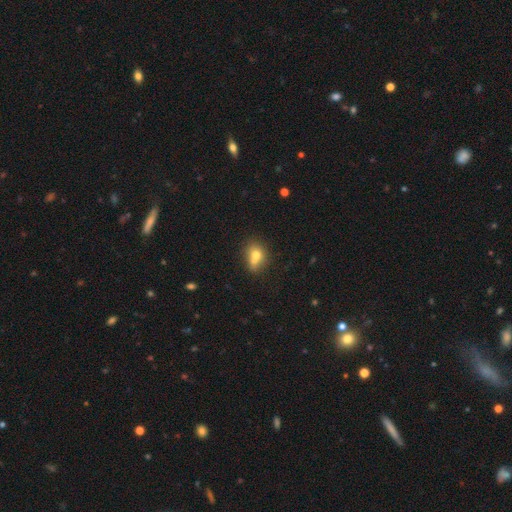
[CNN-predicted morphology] smooth_or_featured: smooth (p=0.70) [alt: featured or disk p=0.19]
how_rounded: round (p=0.51) [alt: in between p=0.47]
merging: merger (p=0.49) [alt: none p=0.32]